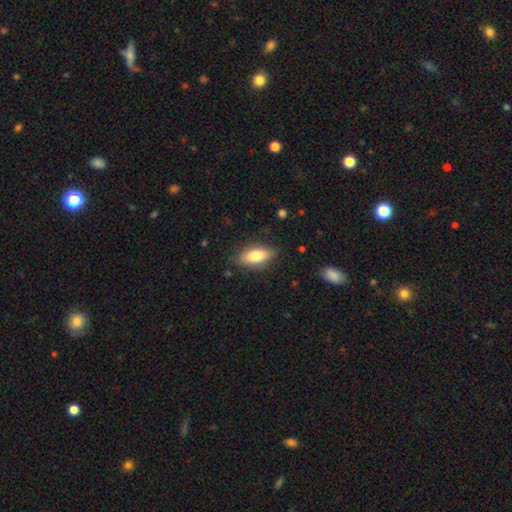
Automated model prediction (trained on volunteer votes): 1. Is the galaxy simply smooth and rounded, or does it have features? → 72% smooth, 21% featured or disk, 7% star or artifact.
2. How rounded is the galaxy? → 81% in between, 15% cigar-shaped, 4% round.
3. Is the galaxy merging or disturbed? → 81% none, 14% minor disturbance, 3% major disturbance, 1% merger.